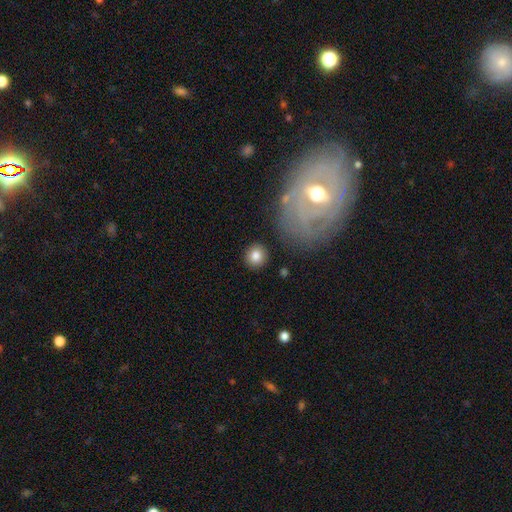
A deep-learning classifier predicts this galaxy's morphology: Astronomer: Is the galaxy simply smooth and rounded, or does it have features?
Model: smooth — 84%.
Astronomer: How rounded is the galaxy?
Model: round — 91%.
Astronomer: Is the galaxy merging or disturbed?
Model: none — 89%.